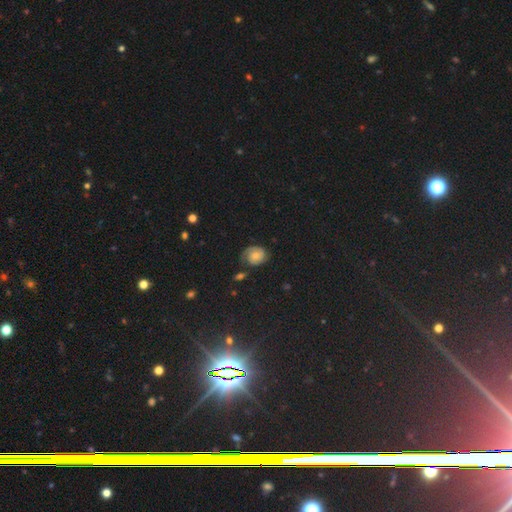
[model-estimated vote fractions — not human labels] Smooth or featured? featured or disk (59%)
Edge-on disk? no (98%)
Bar? no (72%)
Spiral arms? yes (93%)
Spiral winding? tight (56%)
Spiral arm count? 2 (74%)
Bulge size? moderate (45%)
Merging? none (69%)